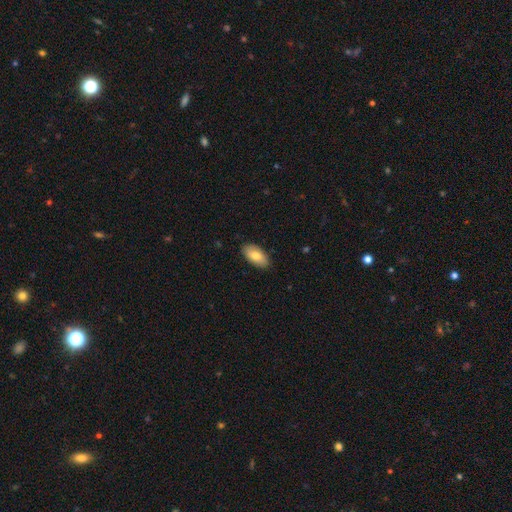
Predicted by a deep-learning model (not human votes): The model was most divided on "smooth or featured": smooth: 79%, featured or disk: 15%, star or artifact: 6%. More confident: how rounded — in between (93%); merging — none (87%).